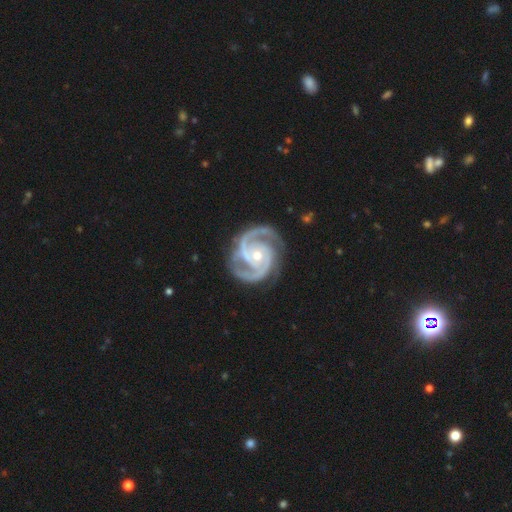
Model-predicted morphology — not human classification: Q: Smooth or featured?
A: featured or disk (95%); runner-up: star or artifact (3%)
Q: Edge-on disk?
A: no (98%); runner-up: yes (2%)
Q: Bar?
A: no (64%); runner-up: weak (26%)
Q: Spiral arms?
A: yes (99%); runner-up: no (1%)
Q: Spiral winding?
A: tight (57%); runner-up: medium (40%)
Q: Spiral arm count?
A: 2 (71%); runner-up: 3 (20%)
Q: Bulge size?
A: moderate (53%); runner-up: small (43%)
Q: Merging?
A: none (79%); runner-up: minor disturbance (15%)